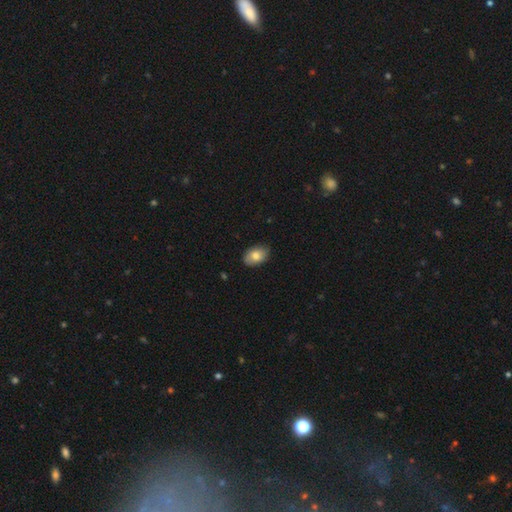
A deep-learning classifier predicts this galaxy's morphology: Smooth or featured: smooth — 78% (featured or disk — 15%)
How rounded: in between — 88% (round — 11%)
Merging: none — 84% (minor disturbance — 13%)